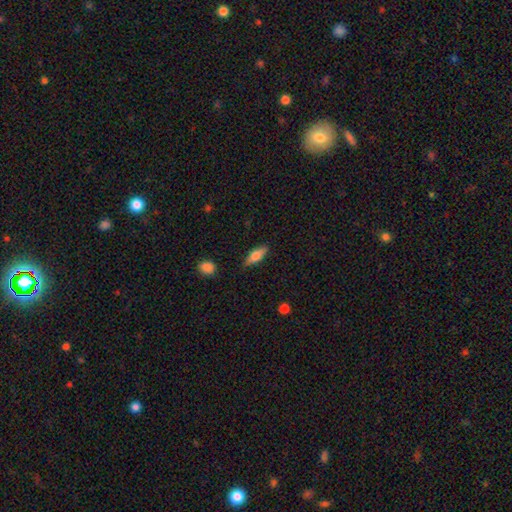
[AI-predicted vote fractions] Smooth or featured? smooth (73%)
How rounded? in between (64%)
Merging? none (84%)